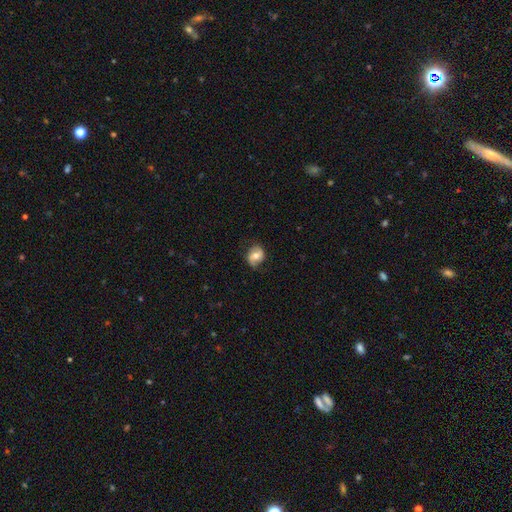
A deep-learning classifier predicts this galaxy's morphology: smooth_or_featured: featured or disk (p=0.50) [alt: smooth p=0.42]
merging: none (p=0.72) [alt: minor disturbance p=0.20]